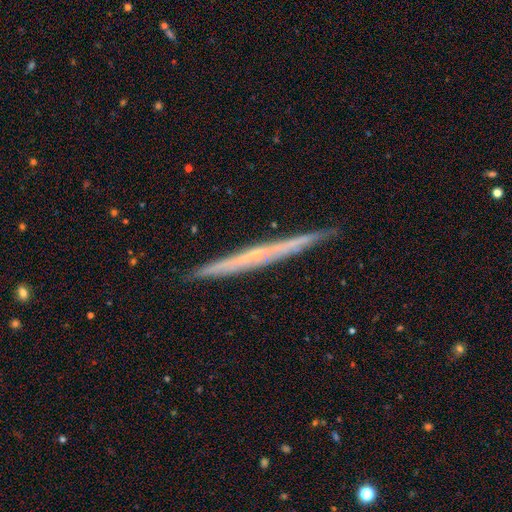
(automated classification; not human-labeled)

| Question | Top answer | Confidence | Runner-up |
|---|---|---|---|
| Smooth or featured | featured or disk | 67% | smooth (26%) |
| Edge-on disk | yes | 97% | no (3%) |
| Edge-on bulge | none | 72% | rounded (25%) |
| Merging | none | 91% | minor disturbance (7%) |